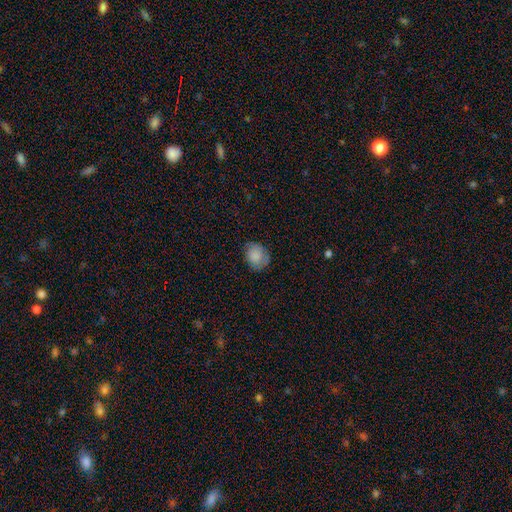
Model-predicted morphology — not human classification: Smooth or featured?
  - smooth: 81% *
  - featured or disk: 11%
  - star or artifact: 8%
How rounded?
  - round: 57% *
  - in between: 42%
  - cigar-shaped: 1%
Merging?
  - none: 72% *
  - minor disturbance: 22%
  - major disturbance: 6%
  - merger: 1%